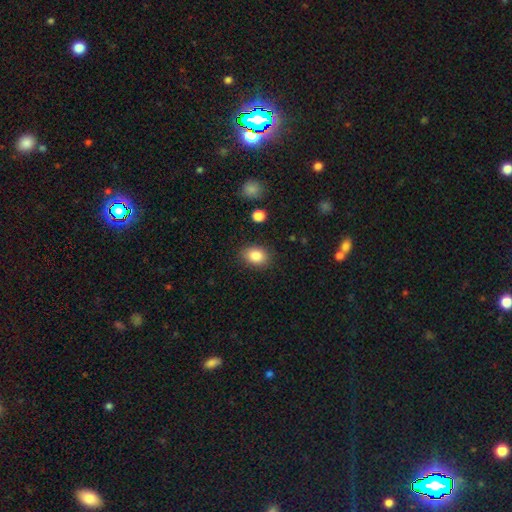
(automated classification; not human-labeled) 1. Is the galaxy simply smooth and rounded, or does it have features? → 86% smooth, 9% star or artifact, 6% featured or disk.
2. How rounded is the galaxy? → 69% in between, 30% round, 1% cigar-shaped.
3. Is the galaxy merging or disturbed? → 86% none, 10% minor disturbance, 3% major disturbance, 2% merger.